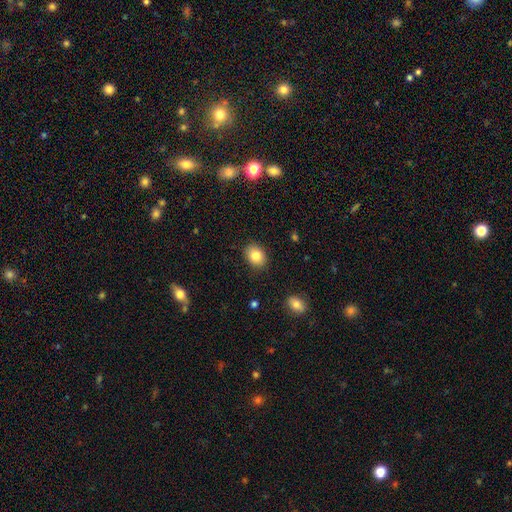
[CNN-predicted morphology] smooth_or_featured: smooth (p=0.84) [alt: star or artifact p=0.09]
how_rounded: in between (p=0.65) [alt: round p=0.34]
merging: none (p=0.87) [alt: minor disturbance p=0.09]